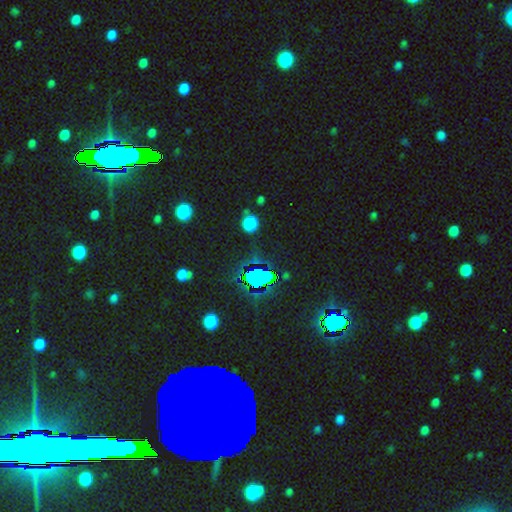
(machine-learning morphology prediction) smooth-or-featured: star or artifact: 74% | smooth: 16% | featured or disk: 10%